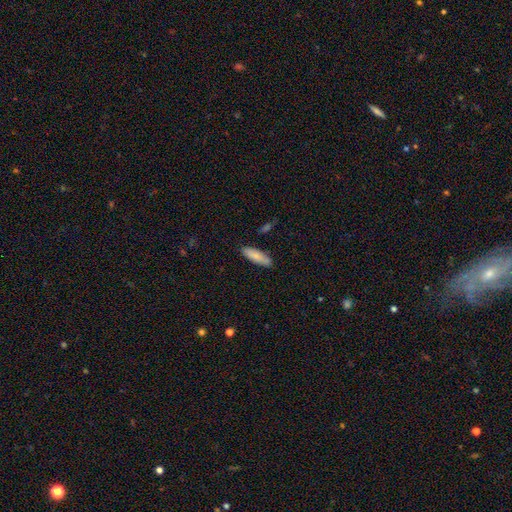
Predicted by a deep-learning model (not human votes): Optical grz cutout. It shows a smooth galaxy with no disk features (84%) that is in between round and cigar-shaped (51%). Merging: none (84%).